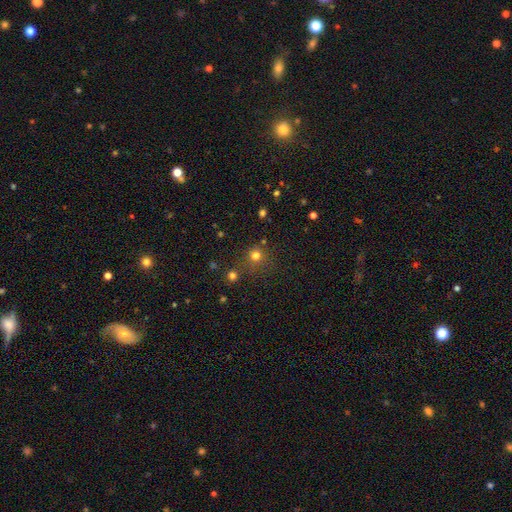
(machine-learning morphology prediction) Smooth or featured? smooth (73%)
How rounded? round (91%)
Merging? none (73%)